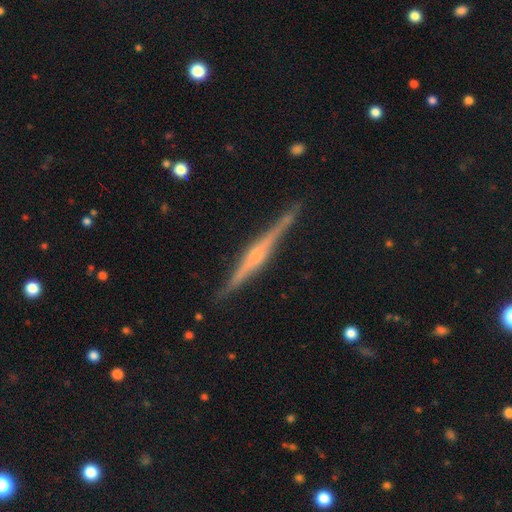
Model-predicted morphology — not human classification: Smooth or featured?
  - featured or disk: 83% *
  - smooth: 11%
  - star or artifact: 6%
Edge-on disk?
  - yes: 98% *
  - no: 2%
Edge-on bulge?
  - rounded: 71% *
  - boxy: 16%
  - none: 13%
Merging?
  - none: 89% *
  - minor disturbance: 8%
  - major disturbance: 2%
  - merger: 1%